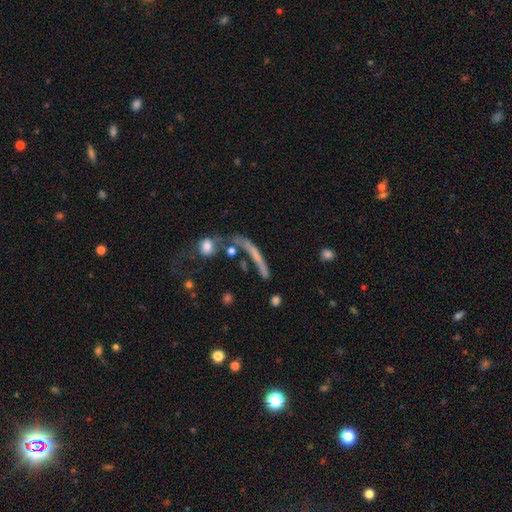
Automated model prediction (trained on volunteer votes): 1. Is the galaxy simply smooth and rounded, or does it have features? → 47% smooth, 39% featured or disk, 14% star or artifact.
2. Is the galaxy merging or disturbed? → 39% none, 24% merger, 21% major disturbance, 16% minor disturbance.